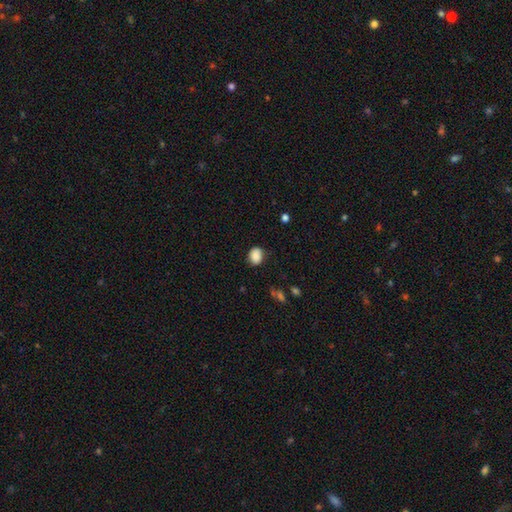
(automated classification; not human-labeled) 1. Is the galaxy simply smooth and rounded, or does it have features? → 88% smooth, 8% star or artifact, 4% featured or disk.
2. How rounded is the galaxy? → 61% in between, 38% round, 1% cigar-shaped.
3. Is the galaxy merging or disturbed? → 80% none, 15% minor disturbance, 4% major disturbance, 1% merger.